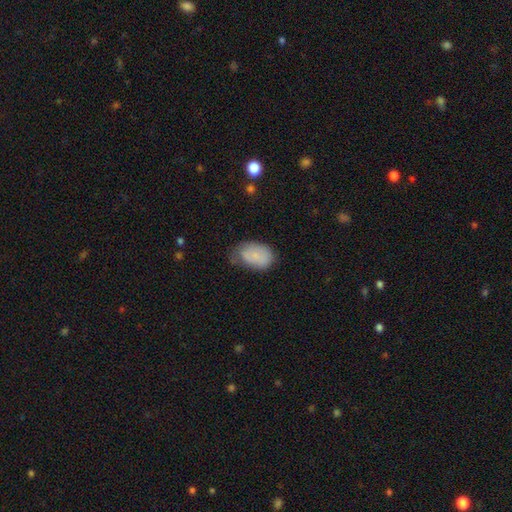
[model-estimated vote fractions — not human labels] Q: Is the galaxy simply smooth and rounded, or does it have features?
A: smooth — 78%.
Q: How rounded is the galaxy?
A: in between — 89%.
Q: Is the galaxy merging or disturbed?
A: none — 51%.